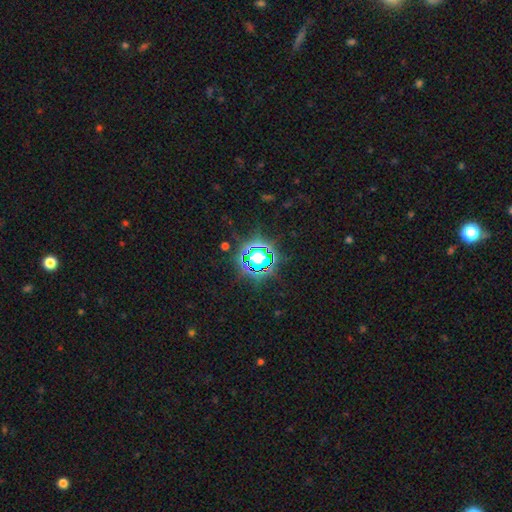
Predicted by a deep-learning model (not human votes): Smooth or featured? star or artifact (72%)